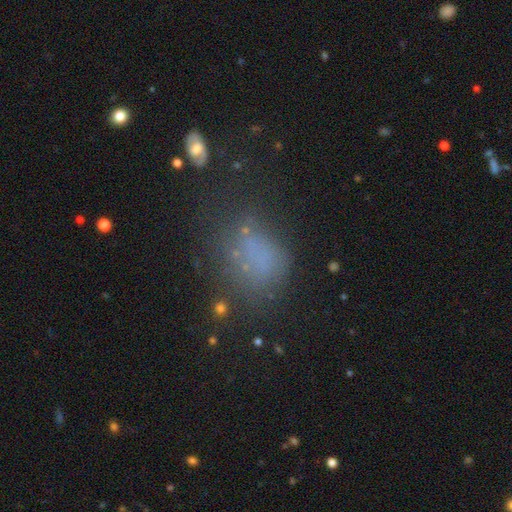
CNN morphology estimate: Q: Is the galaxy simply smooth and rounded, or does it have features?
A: smooth — 56%.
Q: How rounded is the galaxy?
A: in between — 65%.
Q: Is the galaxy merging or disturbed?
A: none — 47%.